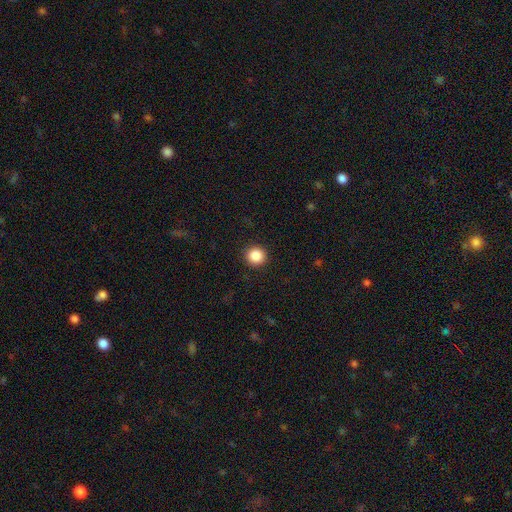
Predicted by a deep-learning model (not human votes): Overall: smooth (87%). How rounded: round (94%). Merging: none (92%).